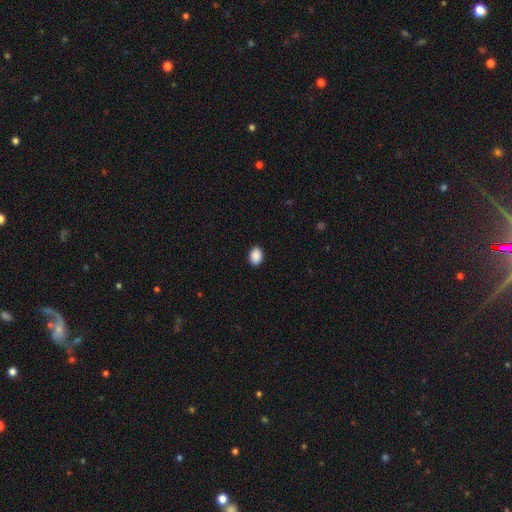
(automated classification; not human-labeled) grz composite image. It shows a smooth galaxy with no disk features (90%) that is in between round and cigar-shaped (76%). Merging: none (89%).